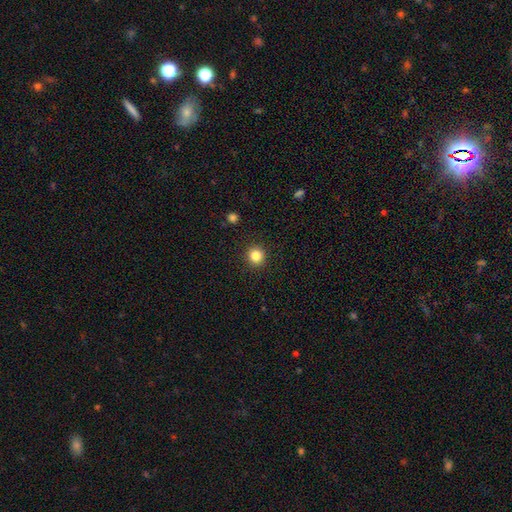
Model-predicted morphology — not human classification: smooth_or_featured: smooth (p=0.84) [alt: star or artifact p=0.12]
how_rounded: round (p=0.94) [alt: in between p=0.05]
merging: none (p=0.92) [alt: minor disturbance p=0.05]